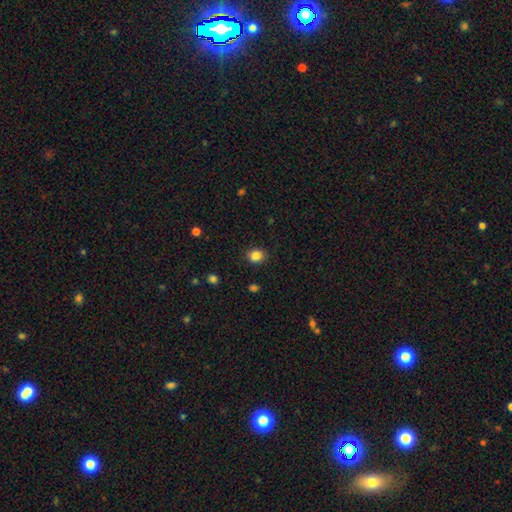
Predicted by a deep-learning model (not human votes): Q: Smooth or featured?
A: smooth (85%); runner-up: star or artifact (10%)
Q: How rounded?
A: round (60%); runner-up: in between (39%)
Q: Merging?
A: none (88%); runner-up: minor disturbance (9%)